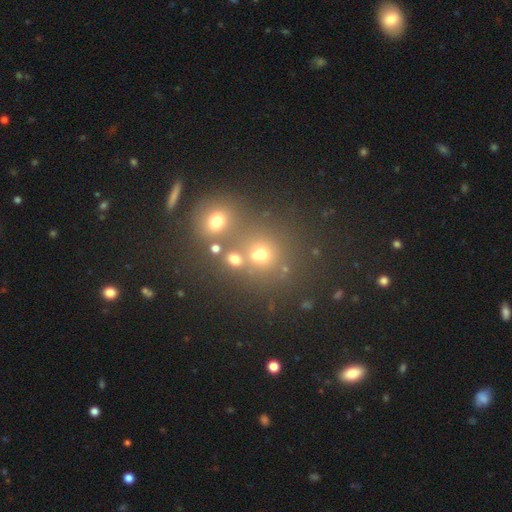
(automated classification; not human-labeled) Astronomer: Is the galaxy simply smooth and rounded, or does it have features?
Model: smooth — 65%.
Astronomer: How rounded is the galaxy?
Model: round — 79%.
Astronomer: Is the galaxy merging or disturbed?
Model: none — 50% (runner-up: merger, 36%).